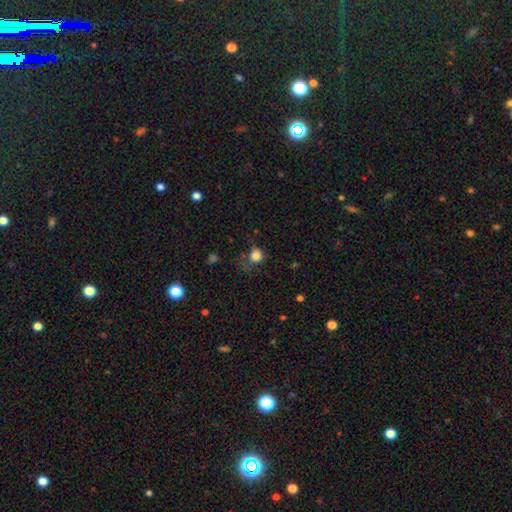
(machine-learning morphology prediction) Smooth or featured? Predicted: smooth (p=0.80). How rounded? Predicted: round (p=0.79). Merging? Predicted: none (p=0.46).